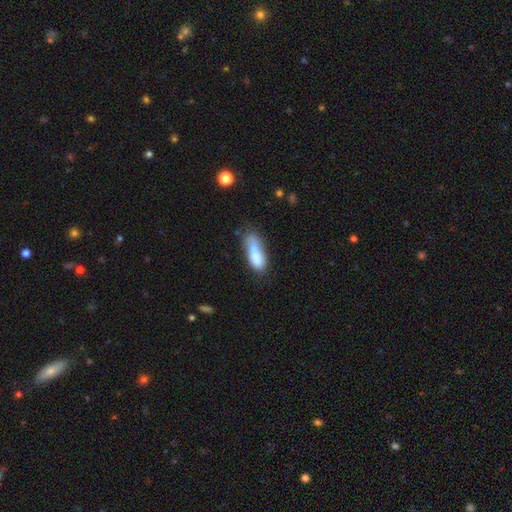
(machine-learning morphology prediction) This is likely a smooth galaxy (78%). How rounded: possibly in between (53%). Merging: marginally none (39%).